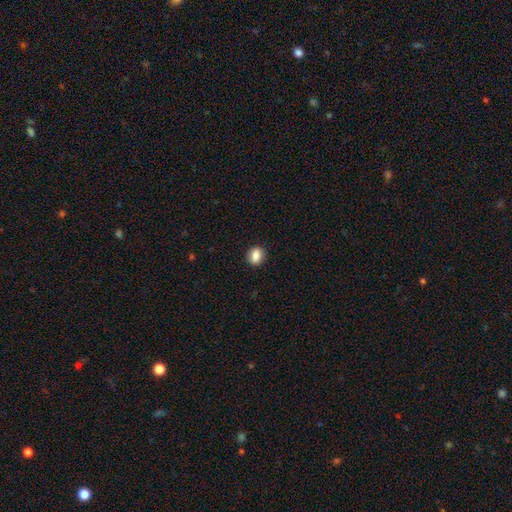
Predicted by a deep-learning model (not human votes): smooth_or_featured: smooth (p=0.85) [alt: star or artifact p=0.09]
how_rounded: round (p=0.57) [alt: in between p=0.41]
merging: none (p=0.90) [alt: minor disturbance p=0.07]